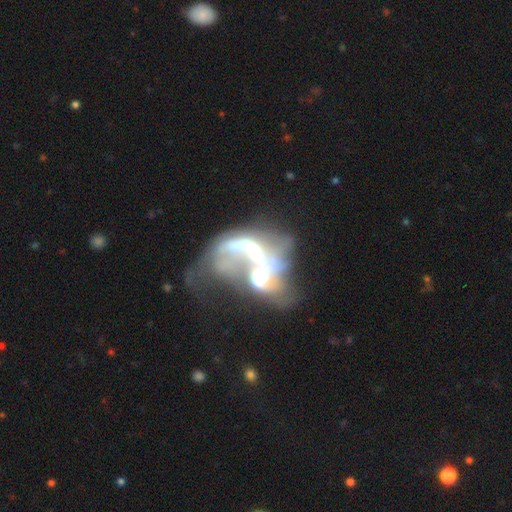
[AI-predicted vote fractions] This appears to be a featured or disk galaxy (72%) with no bar (63%), no spiral arms (50%, tied with yes) and a moderate central bulge (44%). Merging: merger (55%).